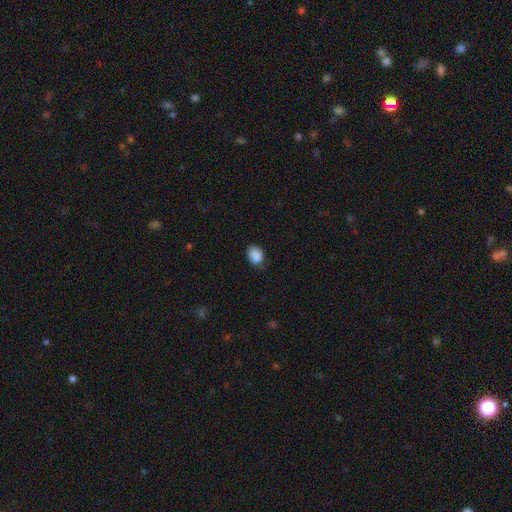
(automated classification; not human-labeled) Overall: smooth (88%). How rounded: in between (56%; round 43%). Merging: none (68%).